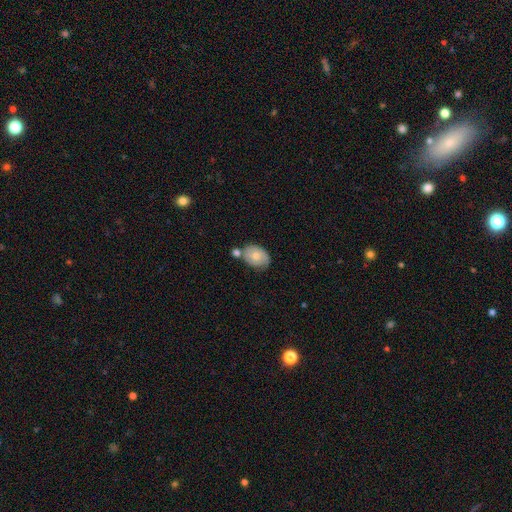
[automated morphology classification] Smooth or featured? smooth (63%)
How rounded? in between (75%)
Merging? none (52%)